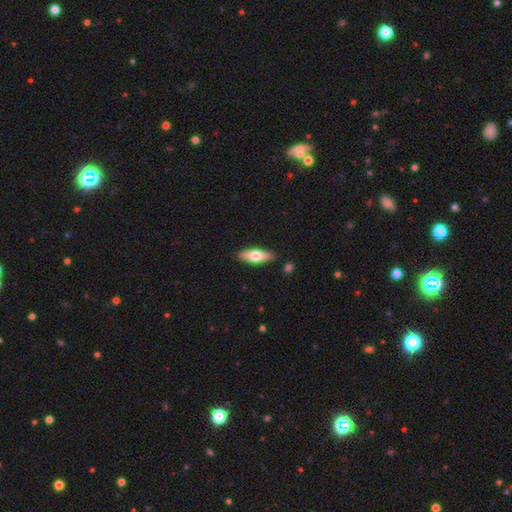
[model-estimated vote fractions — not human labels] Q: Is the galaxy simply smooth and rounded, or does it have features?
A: smooth — 56%.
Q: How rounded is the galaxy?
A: in between — 57%.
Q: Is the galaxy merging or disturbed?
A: none — 88%.